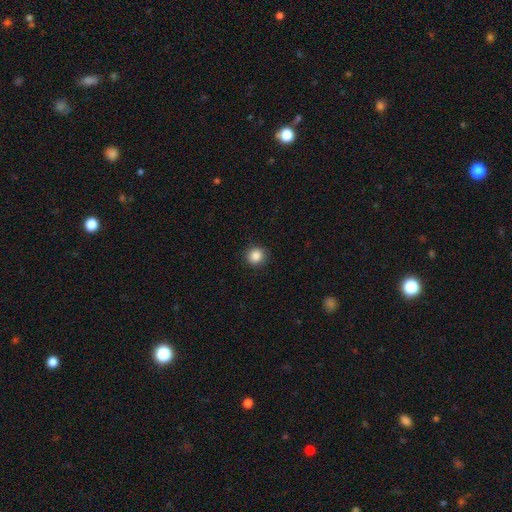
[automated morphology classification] type=smooth (87%); roundness=round (92%); merging=none (91%).